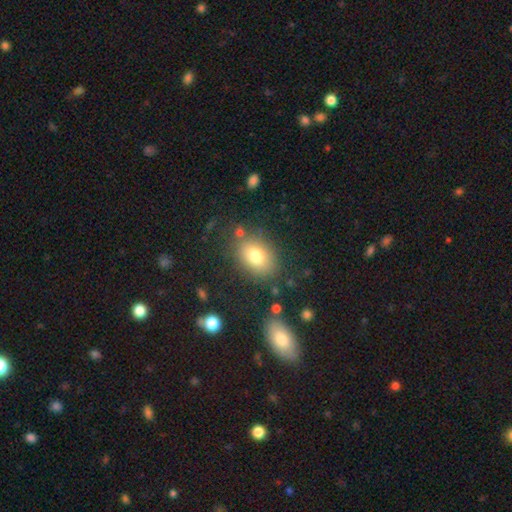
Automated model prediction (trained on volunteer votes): smooth_or_featured: smooth (p=0.77) [alt: featured or disk p=0.12]
how_rounded: in between (p=0.68) [alt: round p=0.31]
merging: none (p=0.79) [alt: minor disturbance p=0.12]